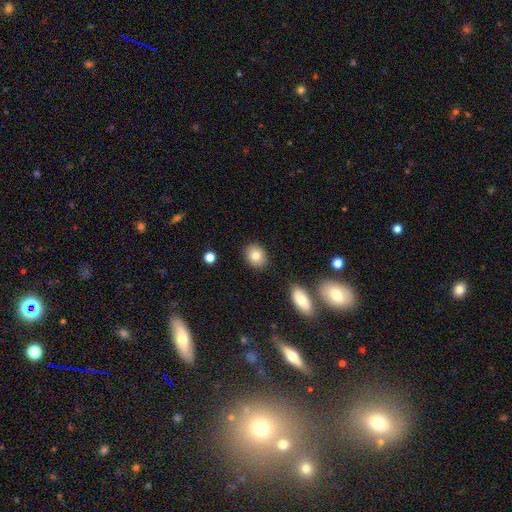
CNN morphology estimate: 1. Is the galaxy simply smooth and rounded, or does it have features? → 82% smooth, 9% featured or disk, 9% star or artifact.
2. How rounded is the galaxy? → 53% in between, 46% round, 1% cigar-shaped.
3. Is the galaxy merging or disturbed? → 87% none, 8% minor disturbance, 2% merger, 2% major disturbance.